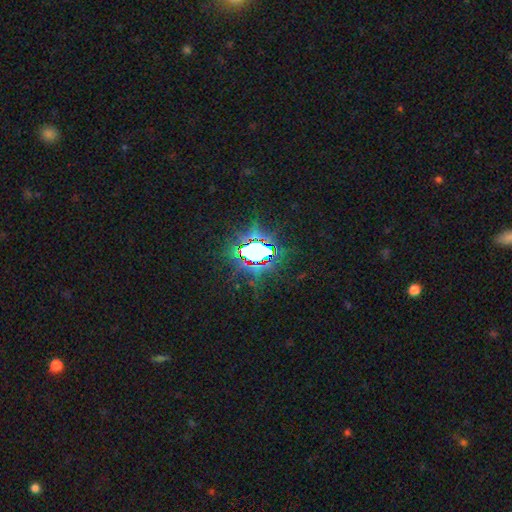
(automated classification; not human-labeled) The model was most divided on "smooth or featured": star or artifact: 82%, smooth: 11%, featured or disk: 8%.